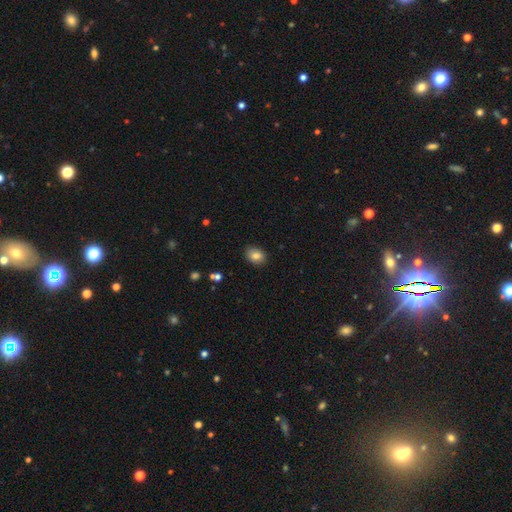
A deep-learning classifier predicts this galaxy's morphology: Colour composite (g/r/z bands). It shows a smooth galaxy with no disk features (83%) that is in between round and cigar-shaped (67%). Merging: none (87%).